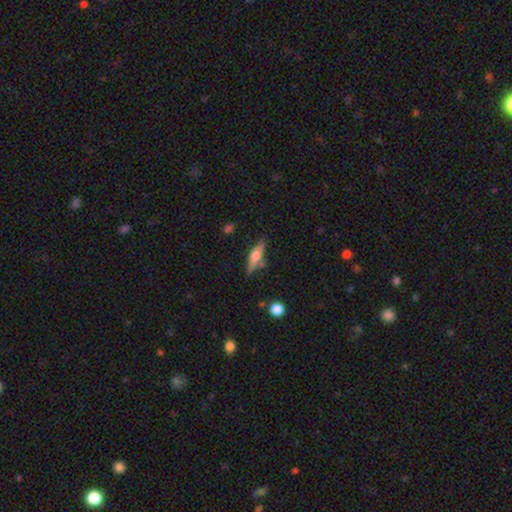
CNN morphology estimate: This appears to be a featured or disk galaxy (50%). Merging: none (76%).